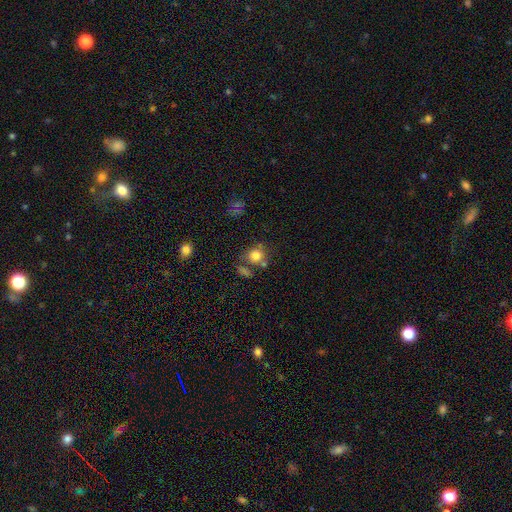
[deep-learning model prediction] Smooth or featured? Predicted: smooth (p=0.79). How rounded? Predicted: round (p=0.79). Merging? Predicted: none (p=0.60).